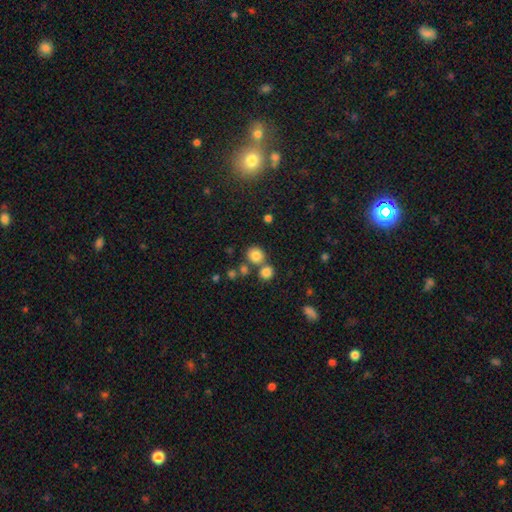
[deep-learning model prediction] The model was most divided on "merging": none: 64%, merger: 24%, minor disturbance: 8%, major disturbance: 3%. More confident: how rounded — round (84%); smooth or featured — smooth (81%).